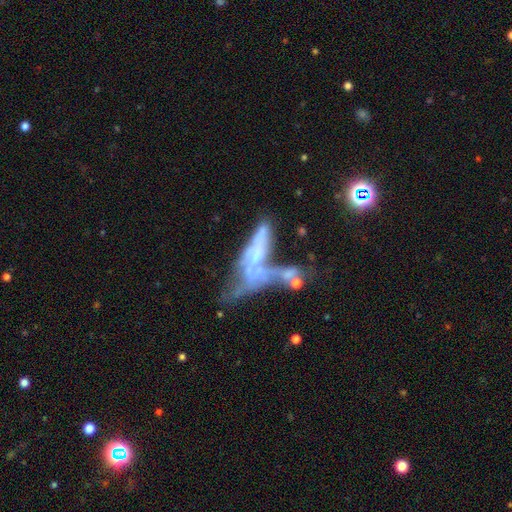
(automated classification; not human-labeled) smooth-or-featured: featured or disk: 59% | smooth: 27% | star or artifact: 14%
  disk-edge-on: no: 75% | yes: 25%
  merging: merger: 50% | major disturbance: 25% | none: 14% | minor disturbance: 10%